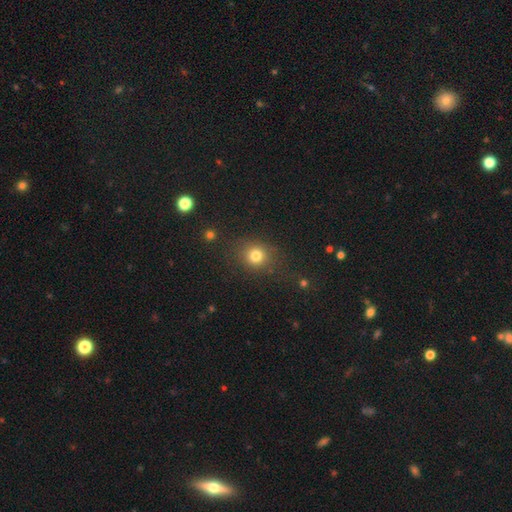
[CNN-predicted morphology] smooth-or-featured: smooth: 79% | star or artifact: 14% | featured or disk: 6%
  how-rounded: round: 81% | in between: 18% | cigar-shaped: 1%
  merging: none: 78% | minor disturbance: 12% | major disturbance: 6% | merger: 4%